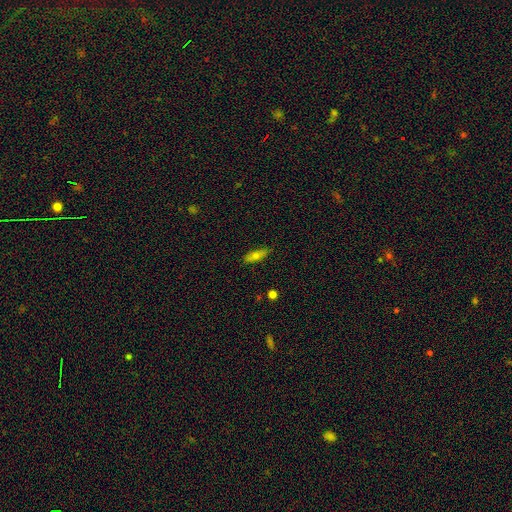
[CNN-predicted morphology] smooth_or_featured: smooth (p=0.68) [alt: featured or disk p=0.24]
how_rounded: in between (p=0.56) [alt: cigar-shaped p=0.41]
merging: none (p=0.83) [alt: minor disturbance p=0.14]